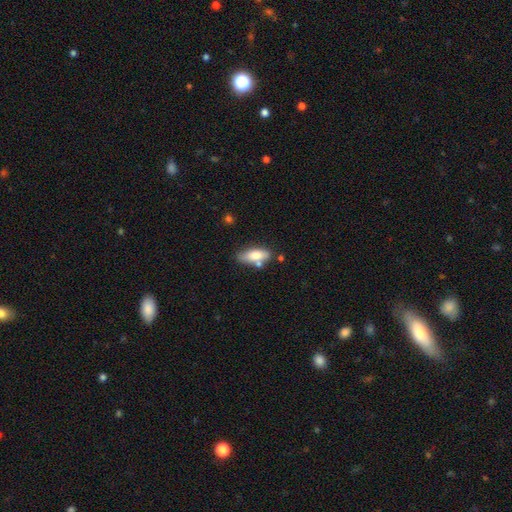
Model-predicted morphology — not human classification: A smooth galaxy with no disk features (78%) that is in between round and cigar-shaped (73%). Merging: none (65%).